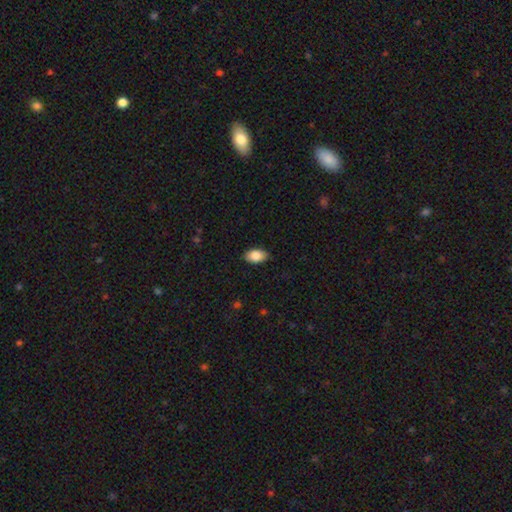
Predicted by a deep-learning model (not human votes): smooth 87%, star or artifact 7%, featured or disk 6%. Down the decision tree: how rounded — in between (92%); merging — none (86%).